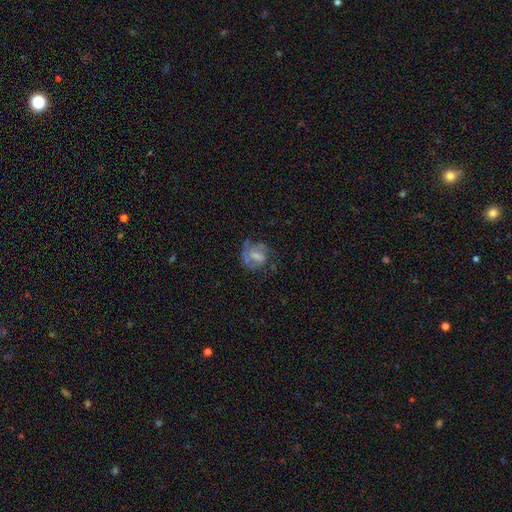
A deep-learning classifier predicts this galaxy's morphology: Q: Smooth or featured?
A: featured or disk (55%); runner-up: smooth (35%)
Q: Edge-on disk?
A: no (97%); runner-up: yes (3%)
Q: Bar?
A: weak (43%); runner-up: no (36%)
Q: Spiral arms?
A: yes (60%); runner-up: no (40%)
Q: Bulge size?
A: none (33%); runner-up: moderate (29%)
Q: Merging?
A: none (44%); runner-up: major disturbance (28%)